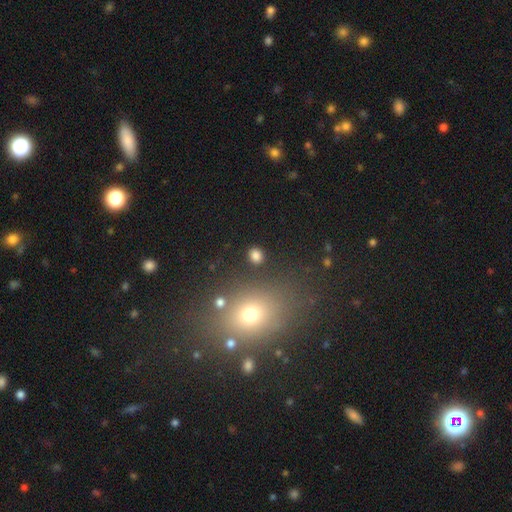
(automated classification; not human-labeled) smooth 82%, star or artifact 13%, featured or disk 5%. Down the decision tree: how rounded — round (69%); merging — none (87%).